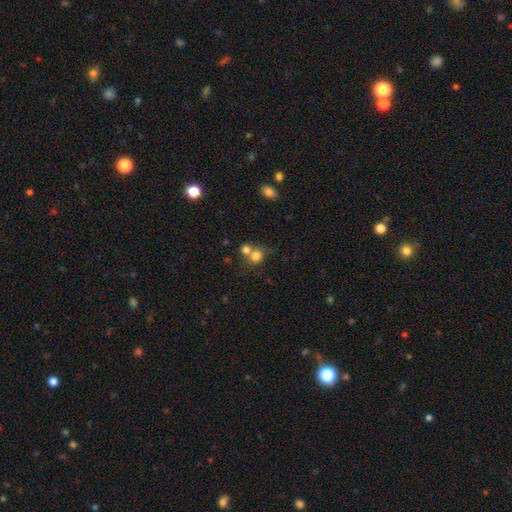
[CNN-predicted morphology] Smooth or featured? smooth (77%)
How rounded? round (78%)
Merging? merger (50%)